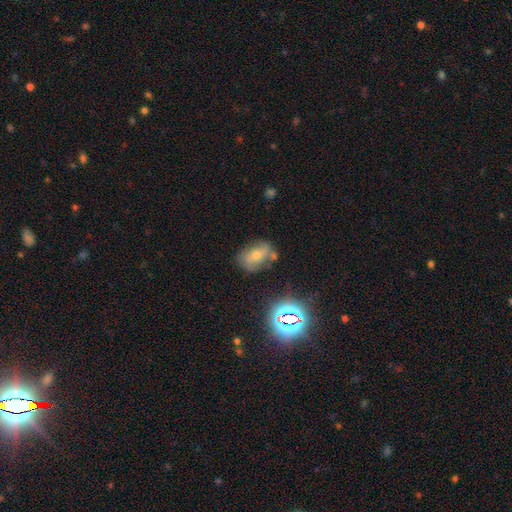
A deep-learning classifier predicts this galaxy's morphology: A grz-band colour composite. It shows a smooth galaxy with no disk features (37%, tied with featured or disk). Merging: none (62%).